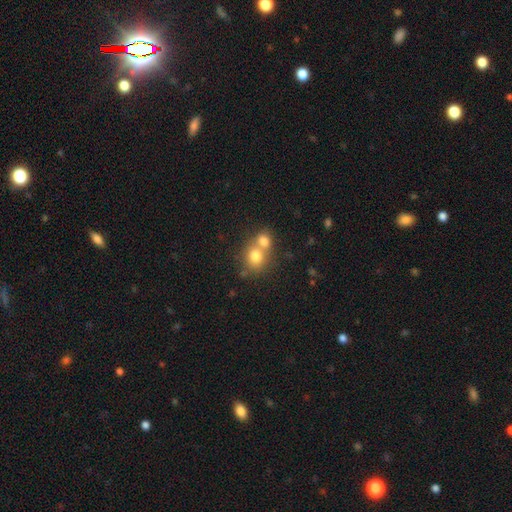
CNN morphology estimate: Q: Smooth or featured?
A: smooth (76%); runner-up: featured or disk (13%)
Q: How rounded?
A: round (70%); runner-up: in between (29%)
Q: Merging?
A: merger (59%); runner-up: none (32%)